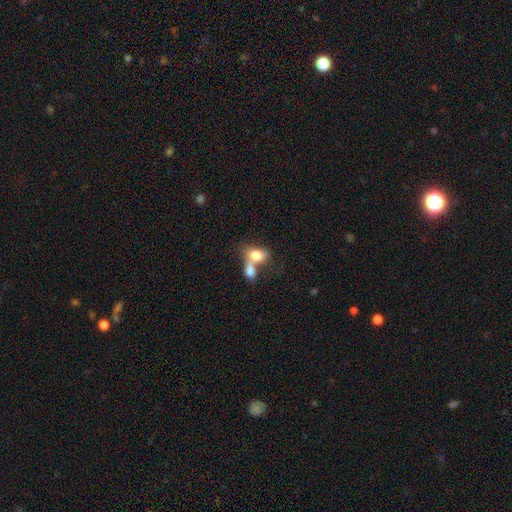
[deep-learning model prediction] Smooth or featured?
  - smooth: 77% *
  - featured or disk: 15%
  - star or artifact: 8%
How rounded?
  - in between: 77% *
  - round: 21%
  - cigar-shaped: 2%
Merging?
  - merger: 70% *
  - none: 18%
  - minor disturbance: 7%
  - major disturbance: 5%